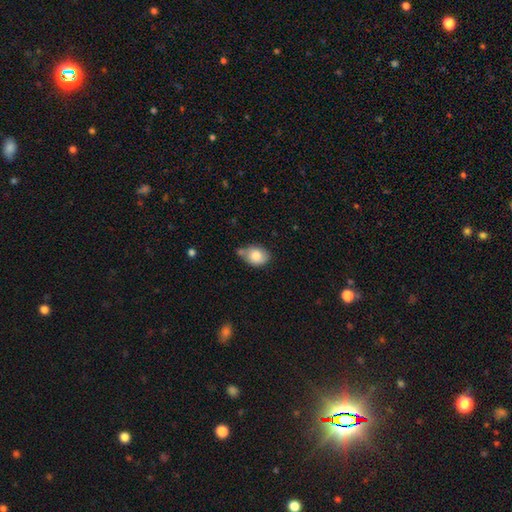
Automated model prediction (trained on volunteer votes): smooth-or-featured: smooth: 81% | featured or disk: 12% | star or artifact: 8%
  how-rounded: in between: 67% | round: 32% | cigar-shaped: 1%
  merging: none: 49% | minor disturbance: 29% | merger: 16% | major disturbance: 7%